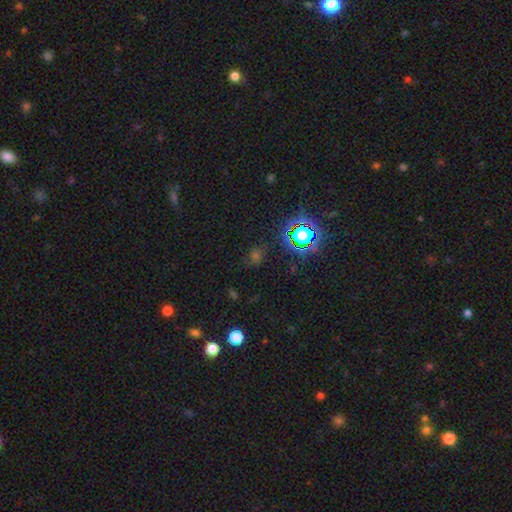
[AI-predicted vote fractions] smooth-or-featured: star or artifact: 58% | smooth: 34% | featured or disk: 8%